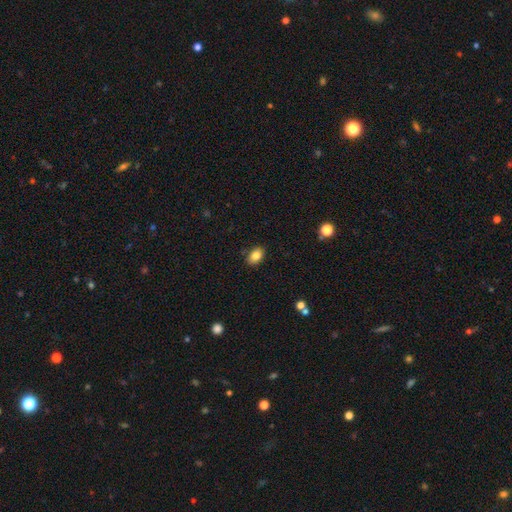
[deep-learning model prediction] smooth_or_featured: smooth (p=0.83) [alt: star or artifact p=0.09]
how_rounded: in between (p=0.85) [alt: round p=0.13]
merging: none (p=0.86) [alt: minor disturbance p=0.10]